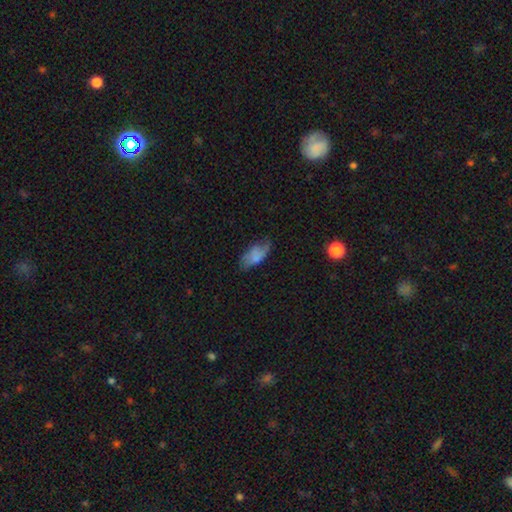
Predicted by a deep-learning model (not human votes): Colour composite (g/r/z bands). It shows a smooth galaxy with no disk features (69%) that is in between round and cigar-shaped (89%). Merging: none (54%).